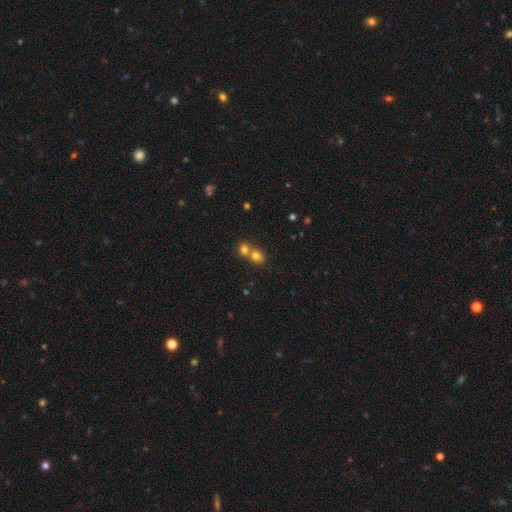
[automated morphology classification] type=smooth (75%); roundness=round (68%); merging=merger (60%).